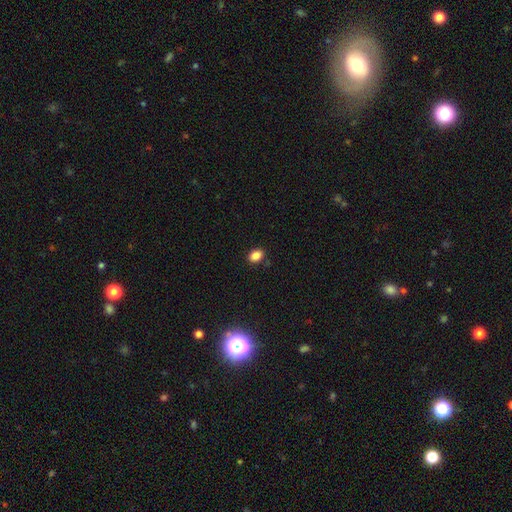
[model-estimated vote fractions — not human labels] Overall: smooth (86%). How rounded: in between (80%). Merging: none (86%).